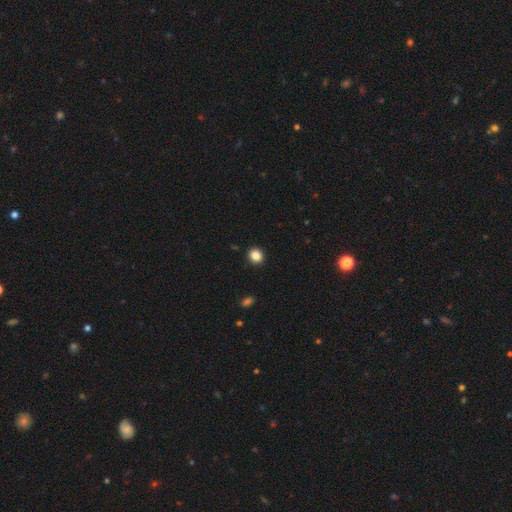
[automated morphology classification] Overall: smooth (86%). How rounded: round (74%). Merging: none (92%).